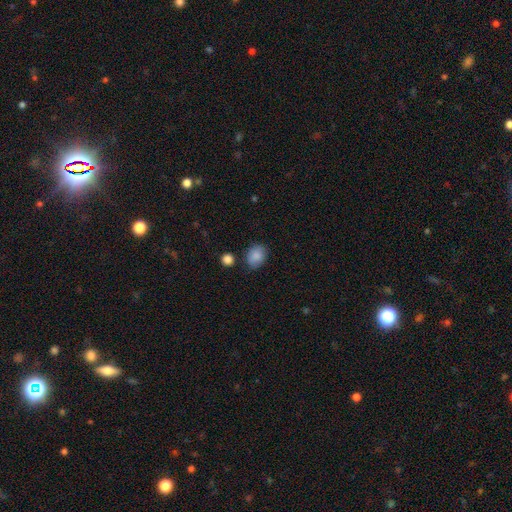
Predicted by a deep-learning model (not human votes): Smooth or featured: smooth — 86% (star or artifact — 8%)
How rounded: in between — 60% (round — 39%)
Merging: none — 75% (minor disturbance — 17%)